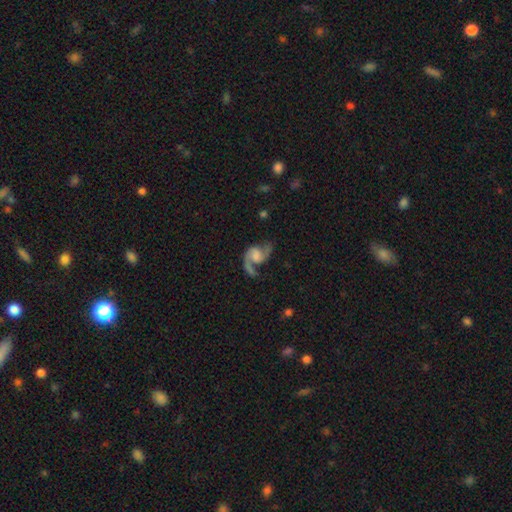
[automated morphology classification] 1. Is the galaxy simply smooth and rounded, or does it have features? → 86% featured or disk, 8% smooth, 6% star or artifact.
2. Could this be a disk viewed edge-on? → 98% no, 2% yes.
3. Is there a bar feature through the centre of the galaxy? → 52% no, 38% weak, 10% strong.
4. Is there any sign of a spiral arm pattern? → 96% yes, 4% no.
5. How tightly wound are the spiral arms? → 54% loose, 38% medium, 8% tight.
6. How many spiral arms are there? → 85% 2, 10% 1, 2% can't tell, 1% 3, 1% 4, 1% more than 4.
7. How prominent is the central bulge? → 41% none, 20% moderate, 18% small, 18% large, 3% dominant.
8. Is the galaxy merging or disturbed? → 56% none, 20% major disturbance, 19% minor disturbance, 5% merger.